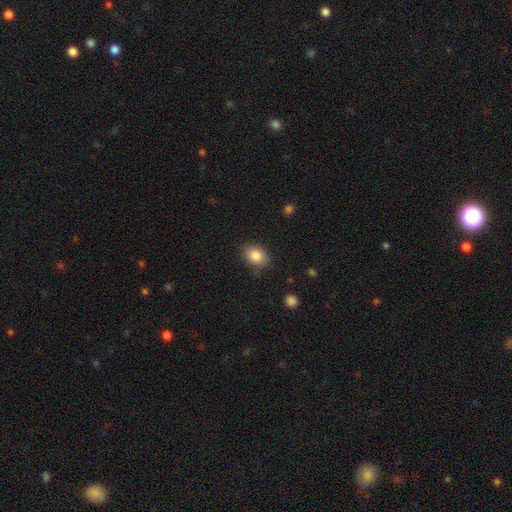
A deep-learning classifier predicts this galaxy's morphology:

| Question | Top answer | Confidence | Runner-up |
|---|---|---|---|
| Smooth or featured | smooth | 84% | star or artifact (8%) |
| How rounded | in between | 75% | round (24%) |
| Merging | none | 81% | minor disturbance (14%) |